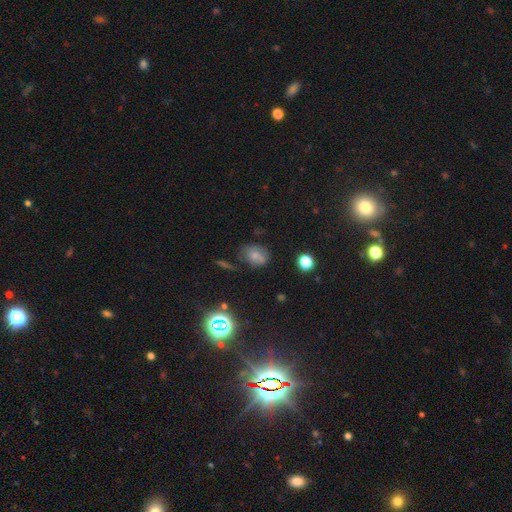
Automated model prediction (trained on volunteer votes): Q: Smooth or featured?
A: smooth (67%); runner-up: star or artifact (18%)
Q: How rounded?
A: in between (53%); runner-up: round (46%)
Q: Merging?
A: none (60%); runner-up: minor disturbance (24%)